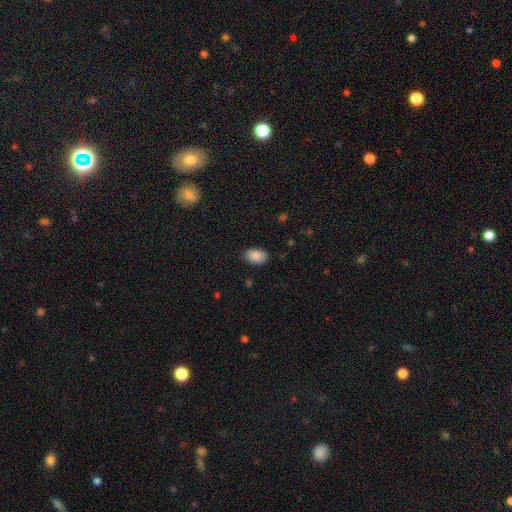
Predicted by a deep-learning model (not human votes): This appears to be a smooth galaxy with no disk features (88%) that is in between round and cigar-shaped (90%). Merging: none (84%).